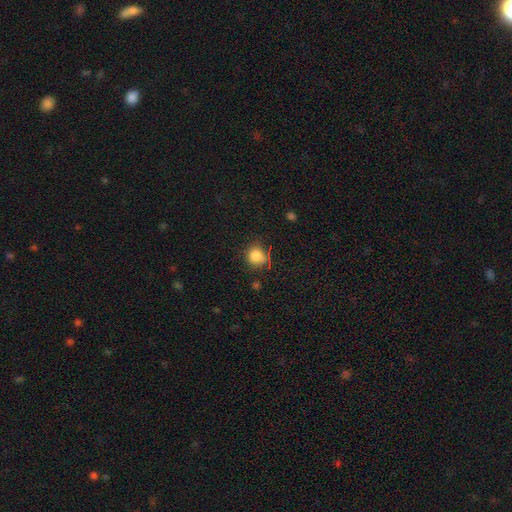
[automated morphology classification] Smooth or featured: smooth — 83% (star or artifact — 12%)
How rounded: round — 84% (in between — 15%)
Merging: none — 72% (minor disturbance — 20%)